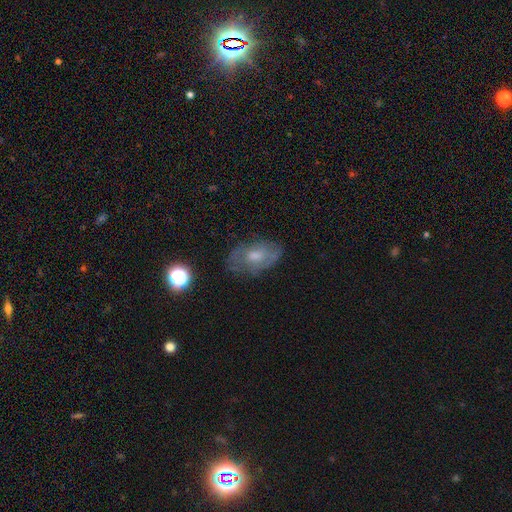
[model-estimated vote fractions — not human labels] This appears to be a featured or disk galaxy (51%). Merging: none (70%).